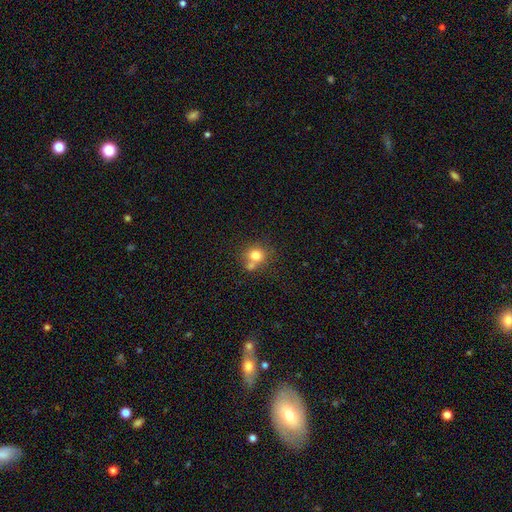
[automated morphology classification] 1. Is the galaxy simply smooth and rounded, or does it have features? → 77% smooth, 12% featured or disk, 12% star or artifact.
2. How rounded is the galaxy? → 76% round, 23% in between, 1% cigar-shaped.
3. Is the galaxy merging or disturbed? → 49% none, 36% merger, 11% minor disturbance, 4% major disturbance.